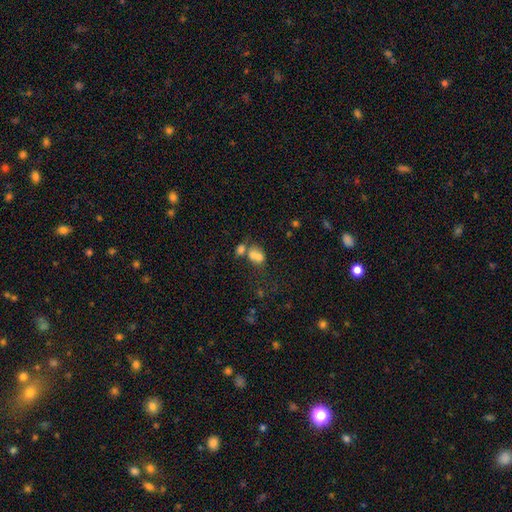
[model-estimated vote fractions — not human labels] Smooth or featured? Predicted: smooth (p=0.67). How rounded? Predicted: in between (p=0.59). Merging? Predicted: merger (p=0.63).